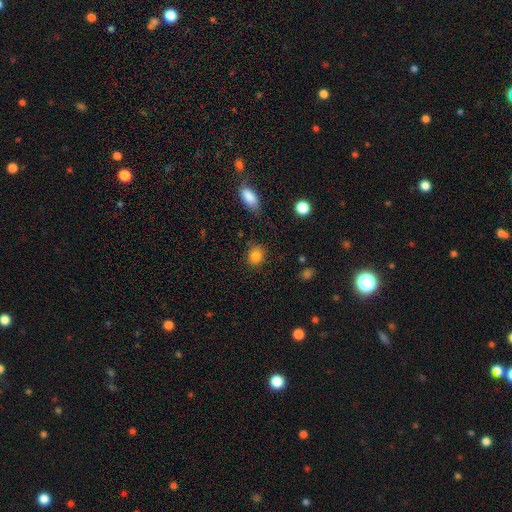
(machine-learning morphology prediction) Smooth or featured? Predicted: smooth (p=0.85). How rounded? Predicted: round (p=0.67). Merging? Predicted: none (p=0.83).